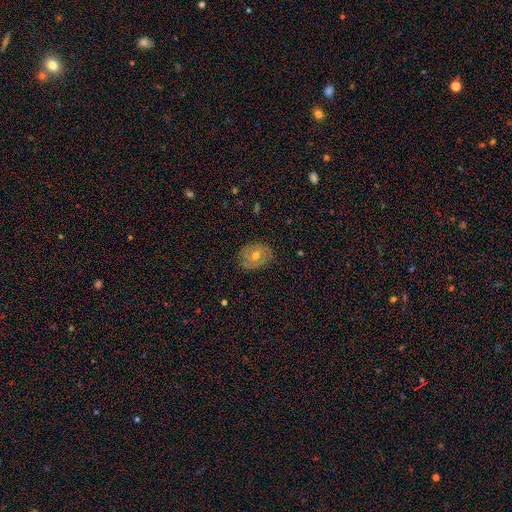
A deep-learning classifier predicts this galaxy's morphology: smooth_or_featured: featured or disk (p=0.57) [alt: smooth p=0.31]
disk_edge_on: no (p=0.96) [alt: yes p=0.04]
bar: no (p=0.70) [alt: weak p=0.24]
has_spiral_arms: yes (p=0.71) [alt: no p=0.29]
bulge_size: moderate (p=0.70) [alt: small p=0.24]
merging: none (p=0.81) [alt: minor disturbance p=0.14]